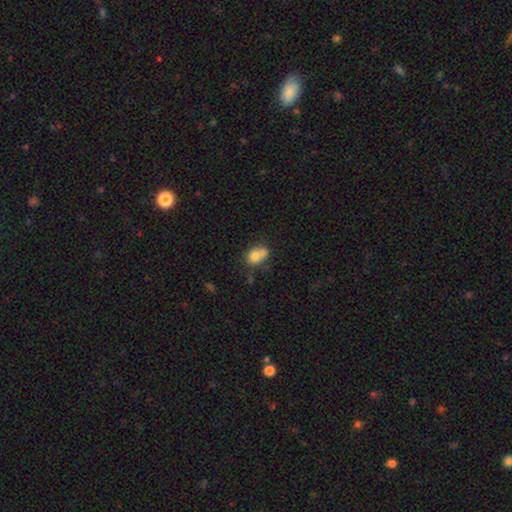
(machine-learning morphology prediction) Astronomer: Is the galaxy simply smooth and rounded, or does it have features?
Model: smooth — 76%.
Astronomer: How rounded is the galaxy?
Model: in between — 65%.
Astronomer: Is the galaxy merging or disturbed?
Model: none — 39% (runner-up: merger, 30%).